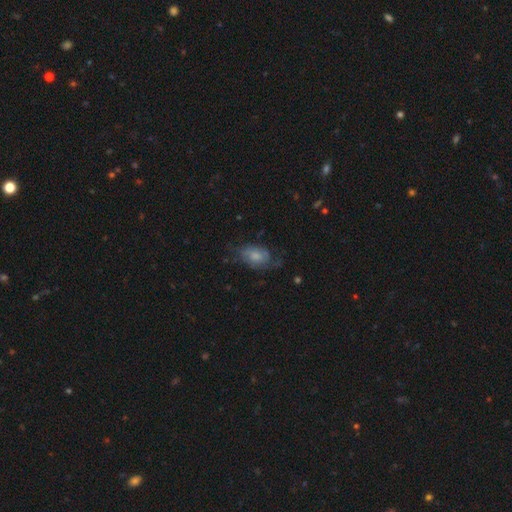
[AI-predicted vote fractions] The model was most divided on "merging": none: 49%, minor disturbance: 30%, major disturbance: 19%, merger: 2%. More confident: how rounded — in between (87%); smooth or featured — smooth (61%).